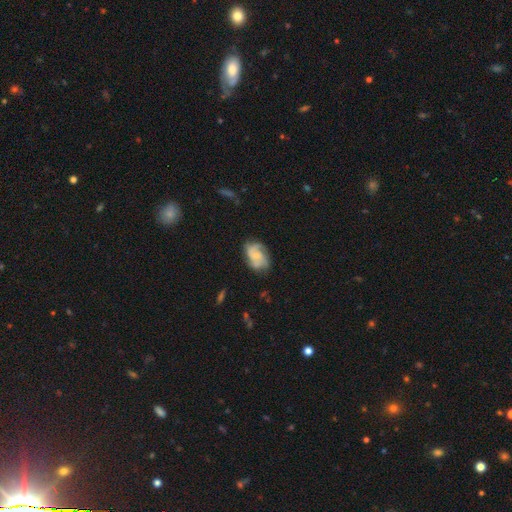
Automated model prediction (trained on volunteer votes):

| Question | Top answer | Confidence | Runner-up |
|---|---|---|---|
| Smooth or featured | featured or disk | 68% | smooth (25%) |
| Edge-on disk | no | 98% | yes (2%) |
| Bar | no | 65% | weak (30%) |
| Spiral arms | yes | 91% | no (9%) |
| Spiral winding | medium | 45% | tight (32%) |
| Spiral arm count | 3 | 39% | 2 (26%) |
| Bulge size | small | 51% | none (24%) |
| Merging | none | 61% | minor disturbance (24%) |